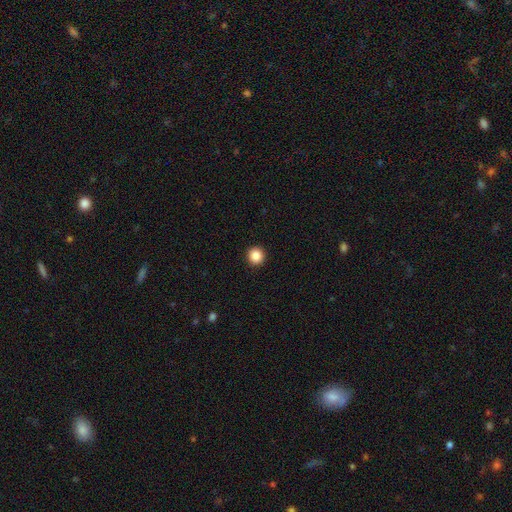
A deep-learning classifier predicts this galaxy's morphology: A smooth galaxy with no disk features (86%) that is round (95%).

Vote fractions:
- Smooth or featured? smooth: 86% / star or artifact: 10% / featured or disk: 4%
- How rounded? round: 95% / in between: 4% / cigar-shaped: 1%
- Merging? none: 94% / minor disturbance: 4% / major disturbance: 1% / merger: 1%